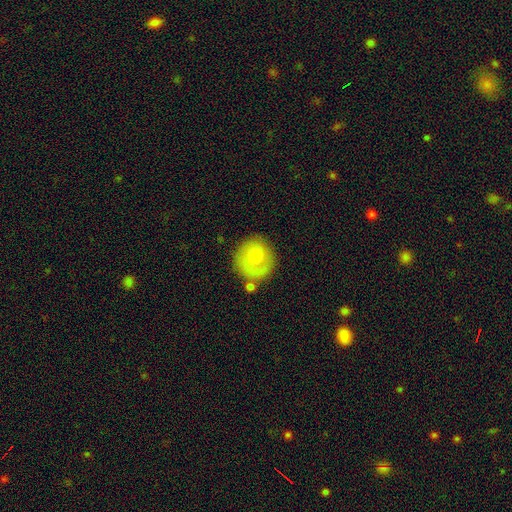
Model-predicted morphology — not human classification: A smooth galaxy with no disk features (55%) that is round (87%). Merging: none (68%).